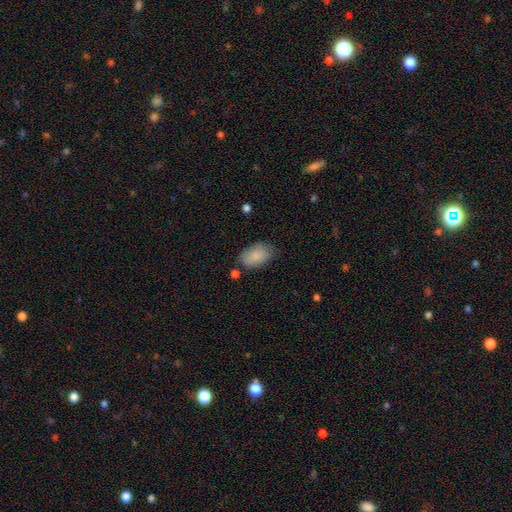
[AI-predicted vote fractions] smooth 86%, featured or disk 7%, star or artifact 6%. Down the decision tree: how rounded — in between (93%); merging — none (72%).